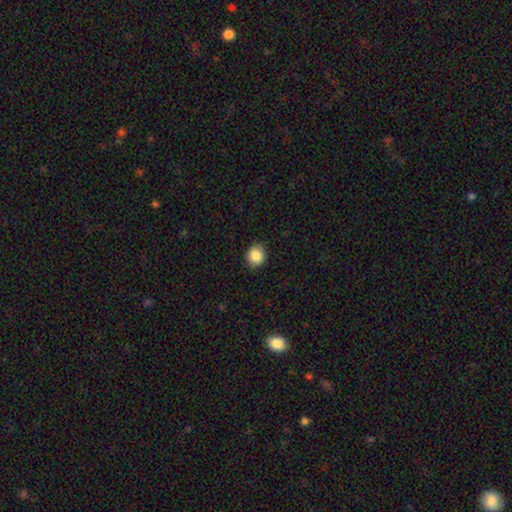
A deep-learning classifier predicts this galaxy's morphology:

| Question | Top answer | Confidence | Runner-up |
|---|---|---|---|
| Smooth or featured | smooth | 87% | star or artifact (9%) |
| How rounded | round | 81% | in between (18%) |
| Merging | none | 87% | minor disturbance (9%) |